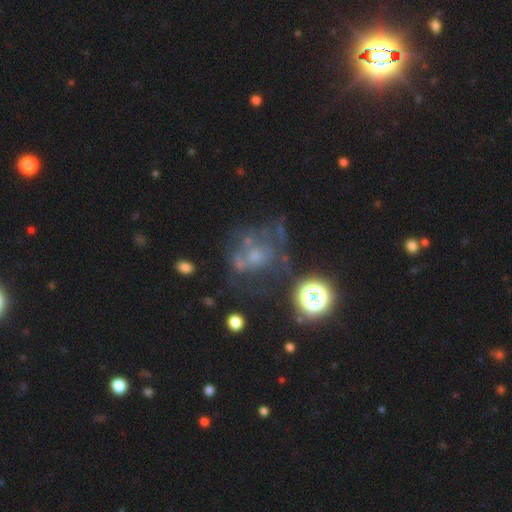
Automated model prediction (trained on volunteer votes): Morphology: type=featured or disk (49%); merging=none (41%).